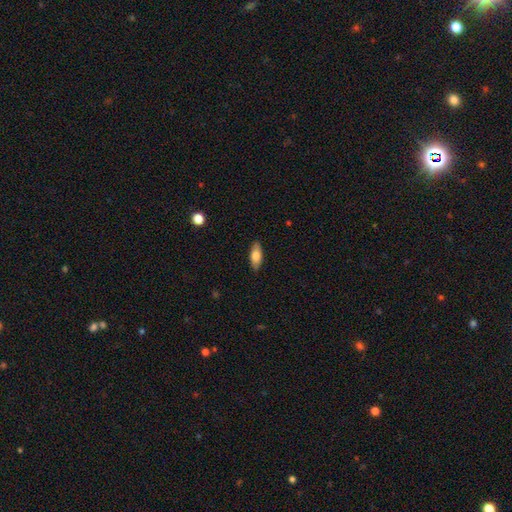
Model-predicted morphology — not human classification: smooth_or_featured: smooth (p=0.75) [alt: featured or disk p=0.19]
how_rounded: in between (p=0.76) [alt: cigar-shaped p=0.21]
merging: none (p=0.88) [alt: minor disturbance p=0.09]